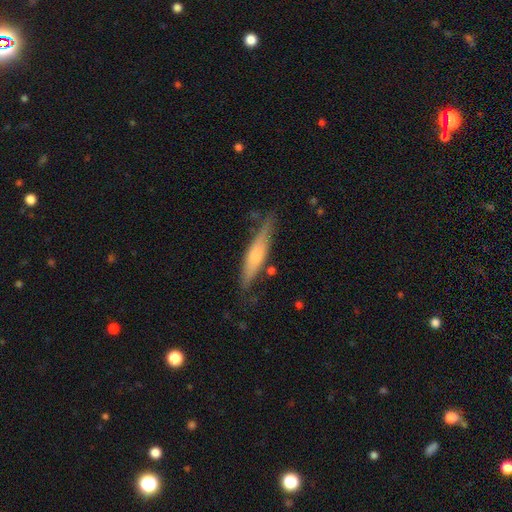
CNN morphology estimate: Overall: smooth (54%; featured or disk 41%). How rounded: cigar-shaped (84%). Merging: none (73%).